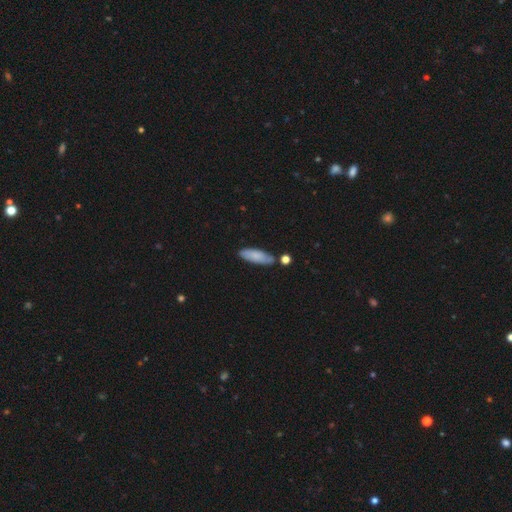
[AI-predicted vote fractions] Smooth or featured?
  - smooth: 77% *
  - featured or disk: 17%
  - star or artifact: 6%
How rounded?
  - in between: 58% *
  - cigar-shaped: 40%
  - round: 2%
Merging?
  - none: 72% *
  - minor disturbance: 17%
  - merger: 8%
  - major disturbance: 3%